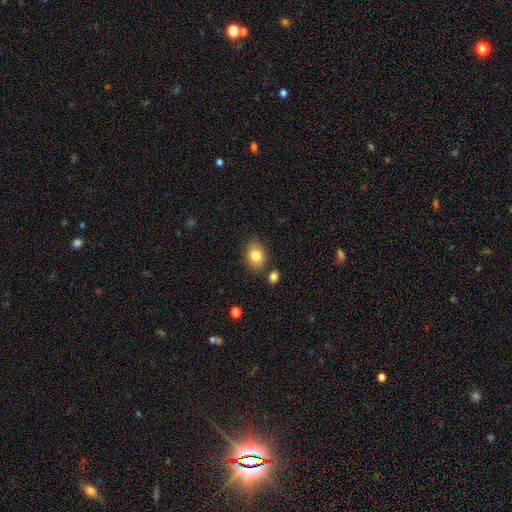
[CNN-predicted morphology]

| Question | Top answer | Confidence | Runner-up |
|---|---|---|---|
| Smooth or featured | smooth | 83% | star or artifact (9%) |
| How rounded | in between | 67% | round (32%) |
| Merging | none | 80% | minor disturbance (12%) |